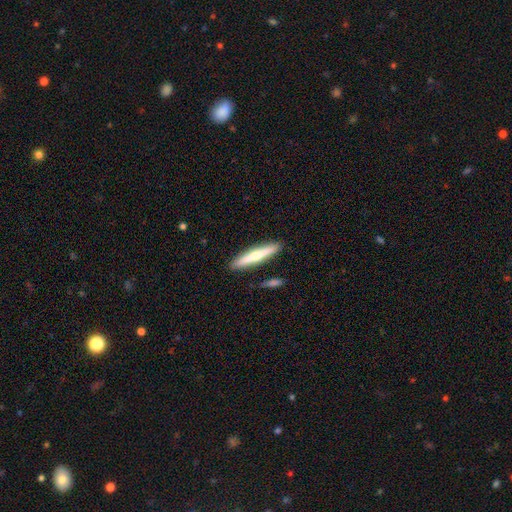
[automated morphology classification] This is possibly a smooth galaxy (48%). Merging: clearly none (89%).